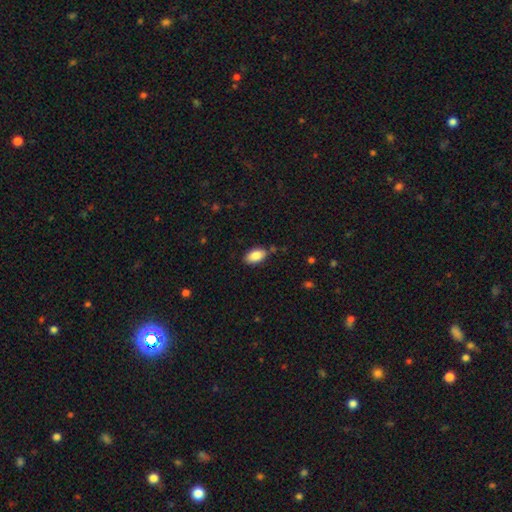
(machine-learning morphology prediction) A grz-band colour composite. It shows a smooth galaxy with no disk features (86%) that is in between round and cigar-shaped (93%). Merging: none (79%).